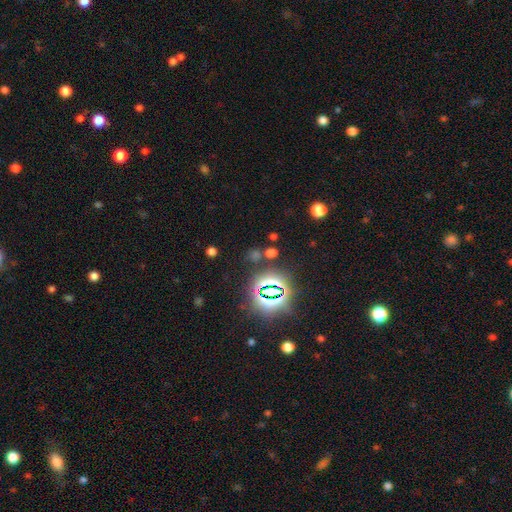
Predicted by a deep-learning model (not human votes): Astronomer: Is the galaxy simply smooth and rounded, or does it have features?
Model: star or artifact — 66%.